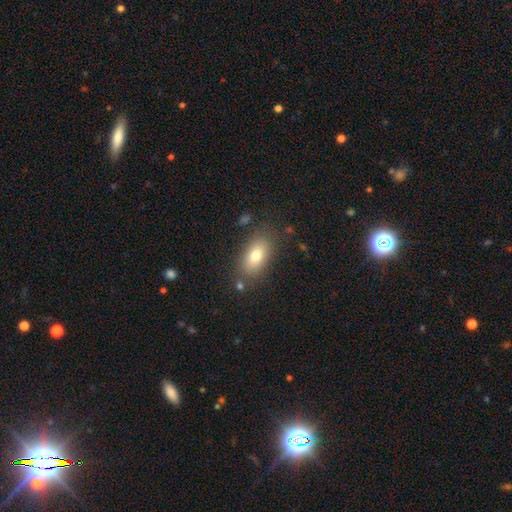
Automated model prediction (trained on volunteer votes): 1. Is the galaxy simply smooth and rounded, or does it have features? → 76% smooth, 15% featured or disk, 9% star or artifact.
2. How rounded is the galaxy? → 88% in between, 7% round, 6% cigar-shaped.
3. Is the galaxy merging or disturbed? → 81% none, 12% minor disturbance, 4% major disturbance, 3% merger.